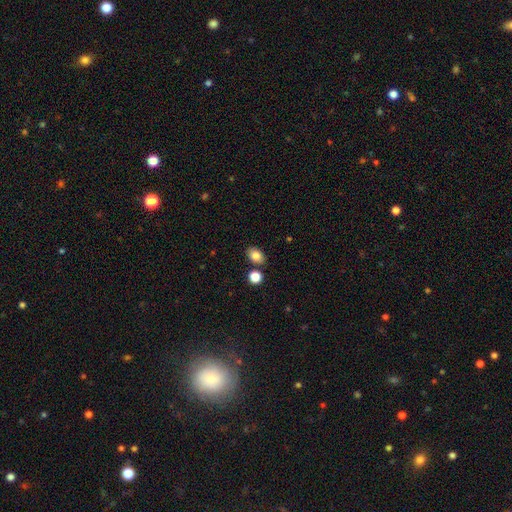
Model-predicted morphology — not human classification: The model was most divided on "how rounded": in between: 73%, round: 25%, cigar-shaped: 1%. More confident: smooth or featured — smooth (83%); merging — none (81%).